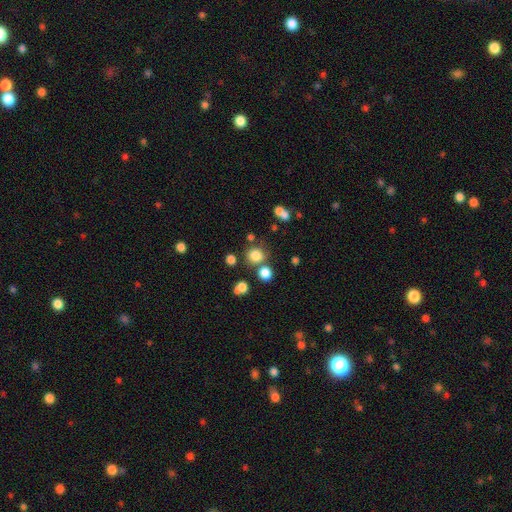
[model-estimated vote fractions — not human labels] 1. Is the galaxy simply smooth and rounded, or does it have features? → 79% smooth, 14% star or artifact, 7% featured or disk.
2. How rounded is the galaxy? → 87% round, 12% in between, 1% cigar-shaped.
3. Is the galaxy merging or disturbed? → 70% none, 15% merger, 10% minor disturbance, 5% major disturbance.